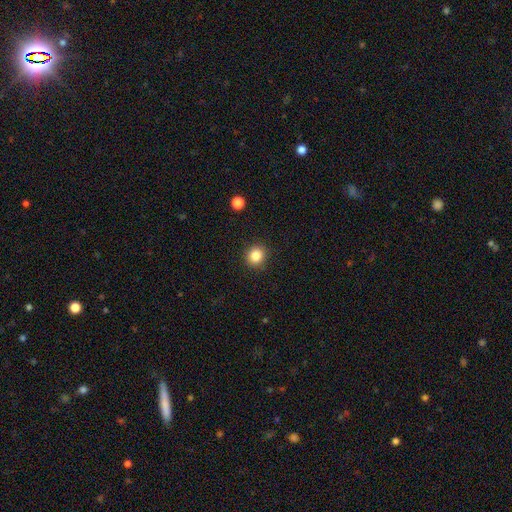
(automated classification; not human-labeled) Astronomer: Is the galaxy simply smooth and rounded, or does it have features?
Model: smooth — 85%.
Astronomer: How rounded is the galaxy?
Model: round — 86%.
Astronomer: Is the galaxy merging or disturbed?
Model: none — 91%.